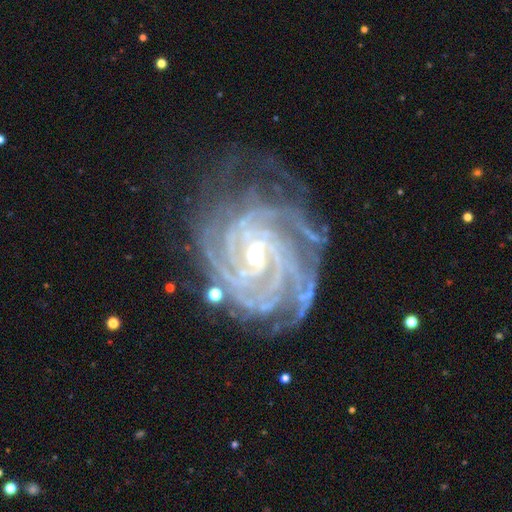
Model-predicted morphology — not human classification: Smooth or featured? Predicted: featured or disk (p=0.93). Edge-on disk? Predicted: no (p=0.97). Bar? Predicted: weak (p=0.43). Spiral arms? Predicted: yes (p=0.99). Spiral winding? Predicted: tight (p=0.82). Spiral arm count? Predicted: 4 (p=0.32). Bulge size? Predicted: small (p=0.58). Merging? Predicted: none (p=0.70).